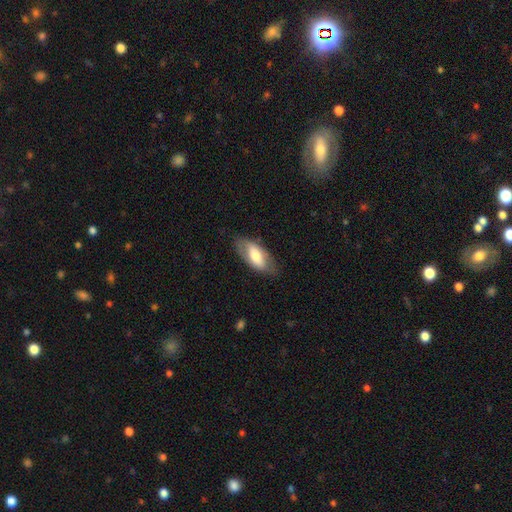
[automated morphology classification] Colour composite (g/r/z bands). It shows a smooth galaxy with no disk features (61%) that is in between round and cigar-shaped (86%). Merging: none (74%).